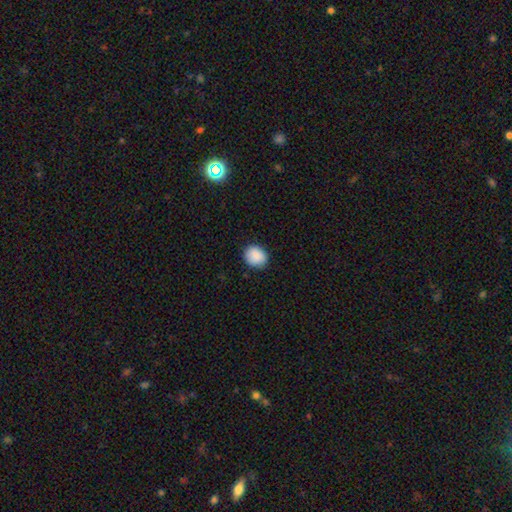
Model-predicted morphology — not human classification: A smooth galaxy with no disk features (89%) that is round (73%). Merging: none (86%).